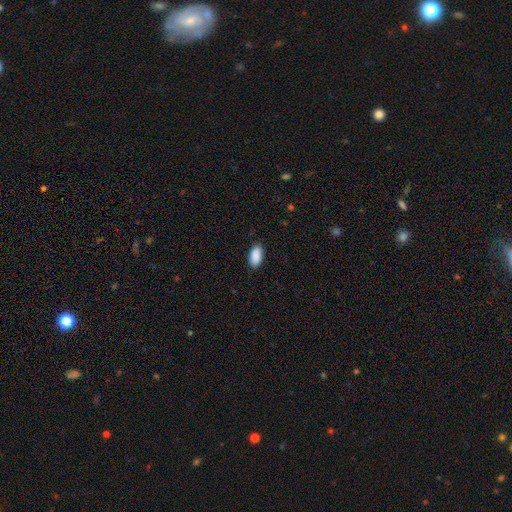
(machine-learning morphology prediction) This is clearly a smooth galaxy (91%). How rounded: clearly in between (95%). Merging: clearly none (87%).